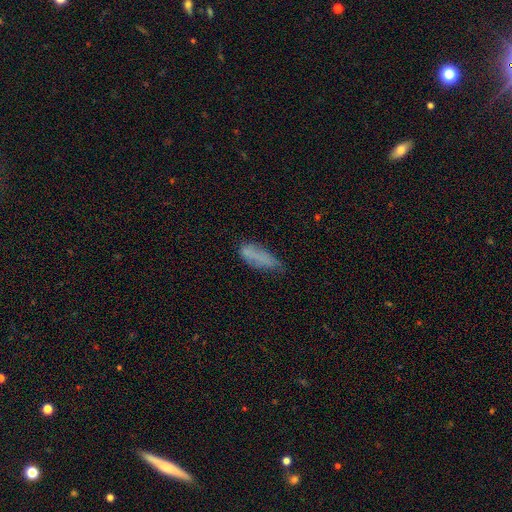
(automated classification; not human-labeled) smooth-or-featured: smooth: 68% | featured or disk: 21% | star or artifact: 11%
  how-rounded: in between: 59% | cigar-shaped: 39% | round: 2%
  merging: none: 45% | minor disturbance: 35% | major disturbance: 16% | merger: 4%